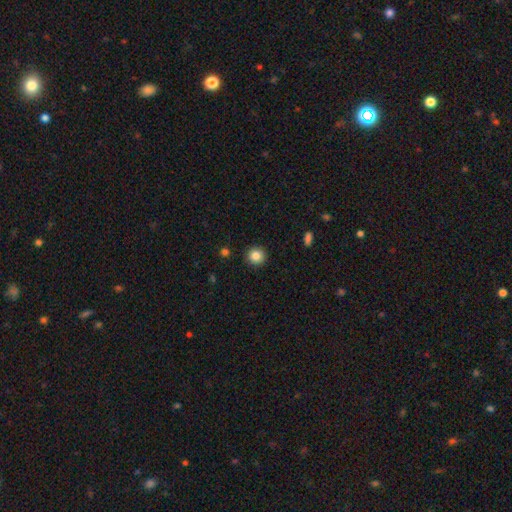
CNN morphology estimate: This is clearly a smooth galaxy (85%). How rounded: clearly round (94%). Merging: clearly none (92%).